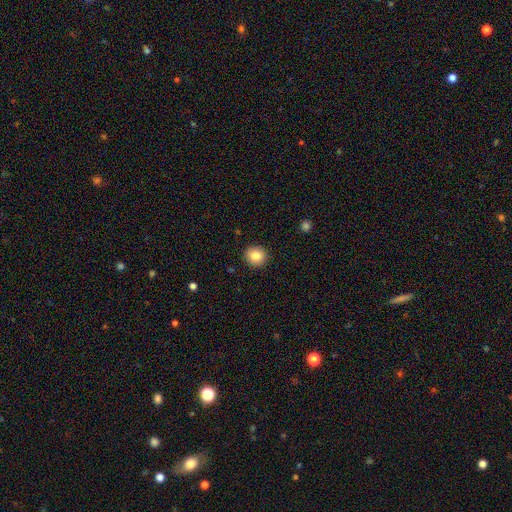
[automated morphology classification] type=smooth (85%); roundness=round (91%); merging=none (92%).